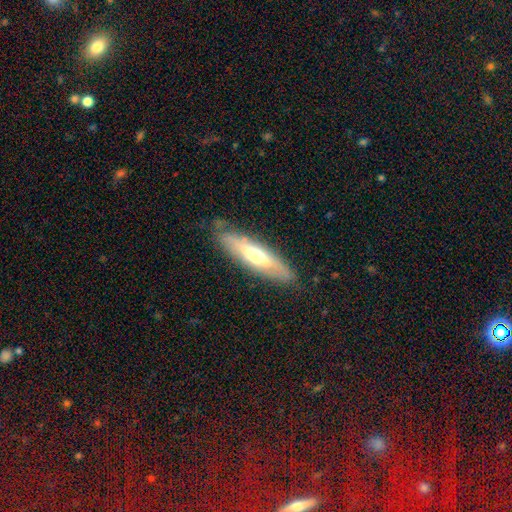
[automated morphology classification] This appears to be a featured or disk galaxy (49%). Merging: none (79%).